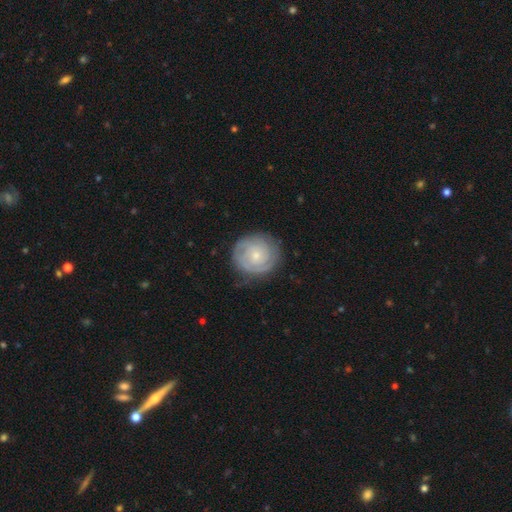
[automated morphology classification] This is likely a featured or disk galaxy (77%). It is clearly not viewed edge-on (98%). Bar: clearly no (80%). Spiral arm pattern: clearly yes (93%). Spiral arm count: marginally 2 (41%). Spiral winding: likely tight (79%). Central bulge: likely small (73%). Merging: likely none (79%).